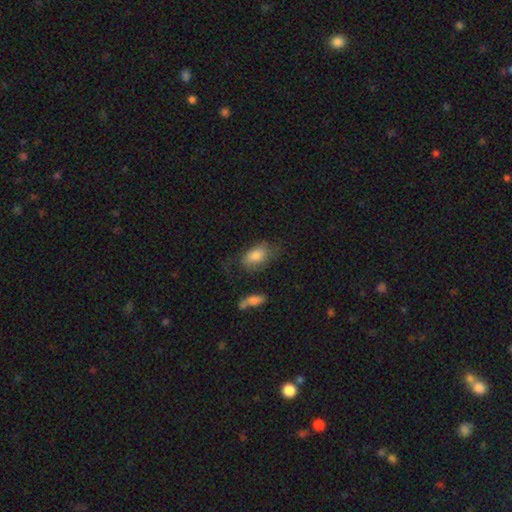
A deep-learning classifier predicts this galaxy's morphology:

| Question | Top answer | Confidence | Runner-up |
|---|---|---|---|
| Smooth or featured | smooth | 75% | featured or disk (18%) |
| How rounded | in between | 89% | round (8%) |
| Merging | none | 48% | minor disturbance (27%) |